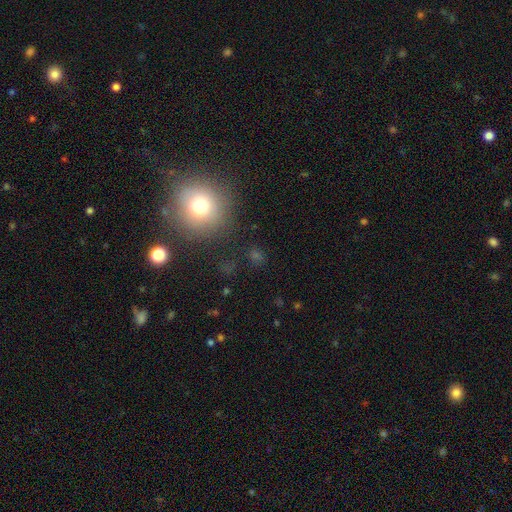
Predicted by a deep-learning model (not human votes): A smooth galaxy with no disk features (53%) that is round (81%). Merging: none (79%).